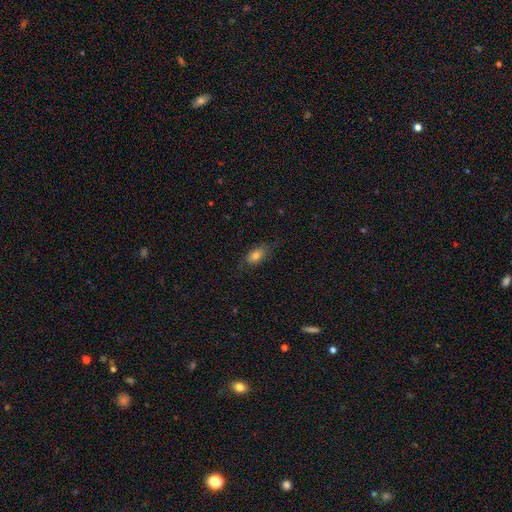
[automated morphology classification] The model was most divided on "merging": none: 71%, minor disturbance: 21%, major disturbance: 7%, merger: 1%. More confident: how rounded — in between (85%); smooth or featured — smooth (78%).